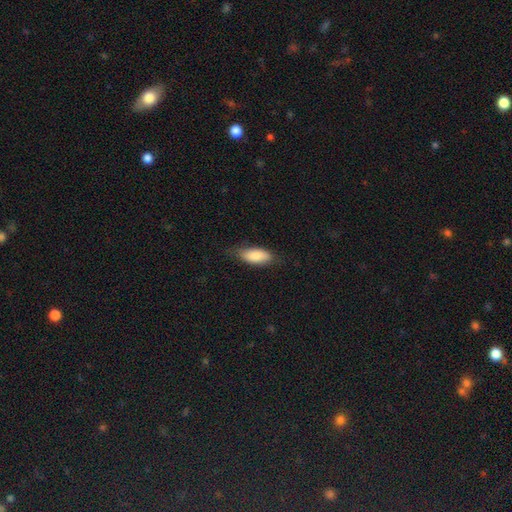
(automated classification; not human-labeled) smooth_or_featured: smooth (p=0.85) [alt: featured or disk p=0.09]
how_rounded: in between (p=0.84) [alt: cigar-shaped p=0.14]
merging: none (p=0.71) [alt: minor disturbance p=0.23]